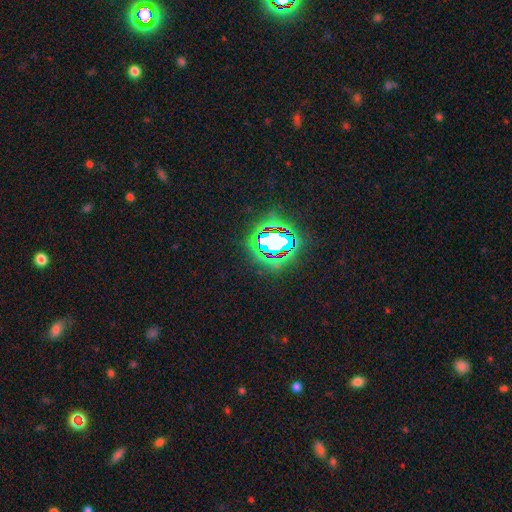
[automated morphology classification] A star or artifact, not a galaxy (81%).